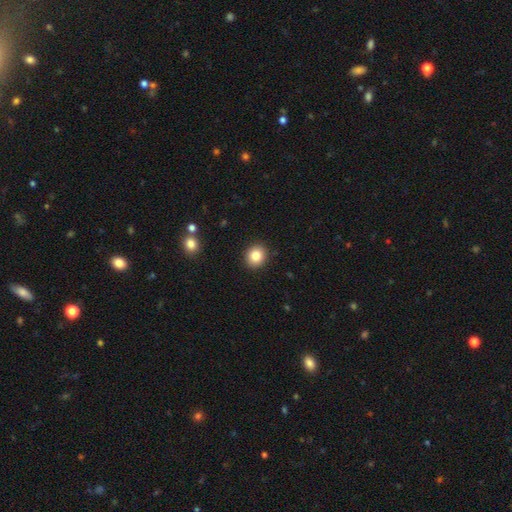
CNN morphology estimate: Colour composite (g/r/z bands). It shows a smooth galaxy with no disk features (85%) that is round (77%). Merging: none (91%).